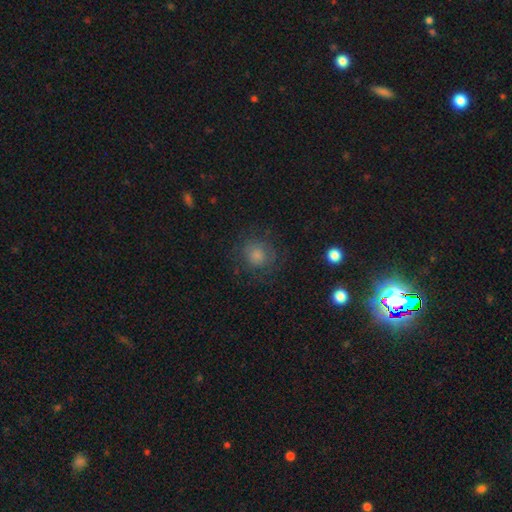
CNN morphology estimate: Smooth or featured? Predicted: smooth (p=0.57). How rounded? Predicted: round (p=0.87). Merging? Predicted: none (p=0.78).